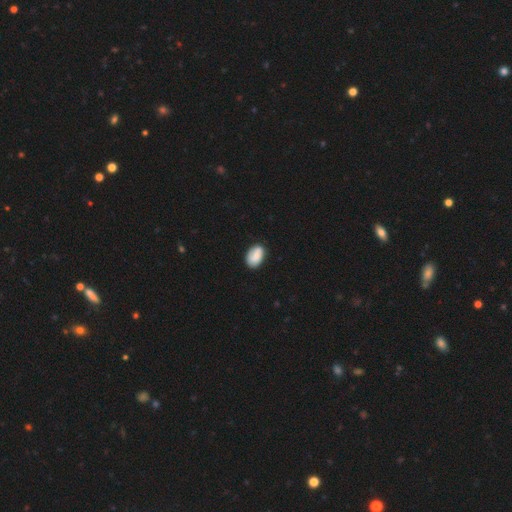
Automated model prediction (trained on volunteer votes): This appears to be a smooth galaxy with no disk features (79%) that is in between round and cigar-shaped (88%). Merging: none (74%).